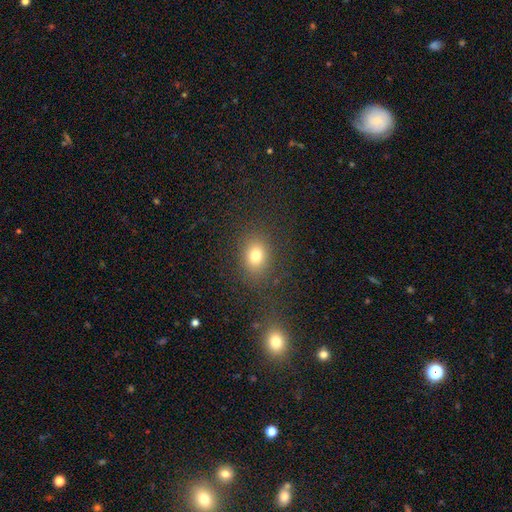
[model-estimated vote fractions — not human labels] Smooth or featured? Predicted: smooth (p=0.76). How rounded? Predicted: in between (p=0.50). Merging? Predicted: none (p=0.82).